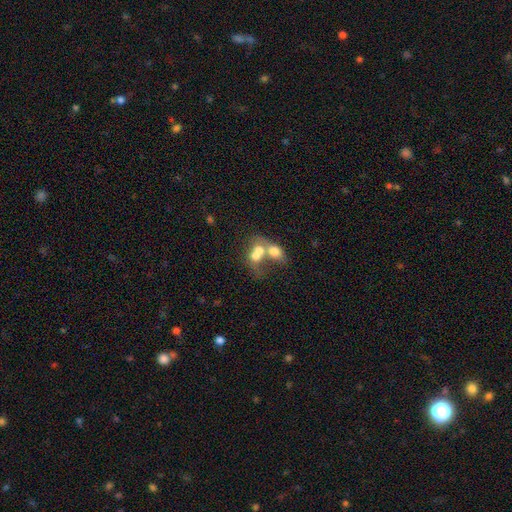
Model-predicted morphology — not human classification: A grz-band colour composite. It shows a smooth galaxy with no disk features (61%) that is in between round and cigar-shaped (57%). Merging: merger (74%).